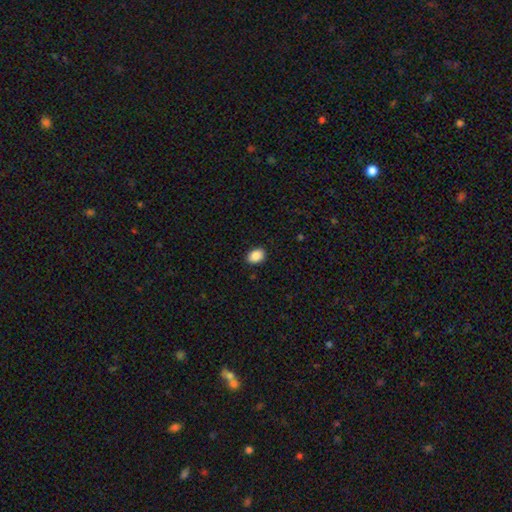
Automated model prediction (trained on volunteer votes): smooth-or-featured: smooth: 89% | star or artifact: 8% | featured or disk: 3%
  how-rounded: in between: 74% | round: 25% | cigar-shaped: 1%
  merging: none: 89% | minor disturbance: 8% | major disturbance: 2% | merger: 1%